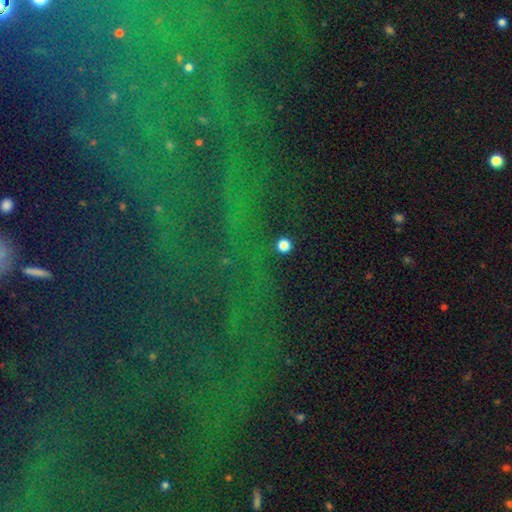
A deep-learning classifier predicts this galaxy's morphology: Smooth or featured?
  - star or artifact: 78% *
  - featured or disk: 12%
  - smooth: 10%